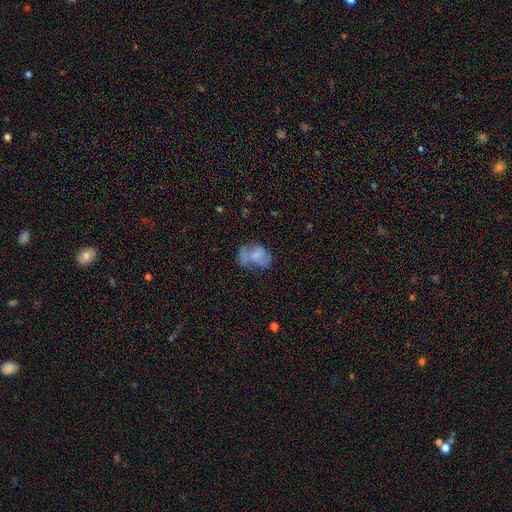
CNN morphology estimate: smooth_or_featured: smooth (p=0.53) [alt: featured or disk p=0.35]
how_rounded: in between (p=0.76) [alt: round p=0.23]
merging: none (p=0.28) [alt: major disturbance p=0.27]